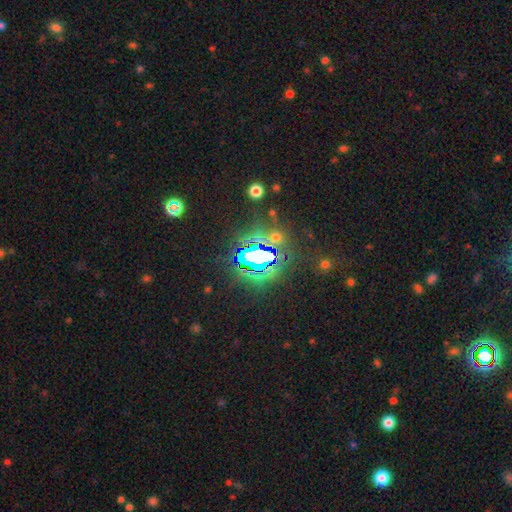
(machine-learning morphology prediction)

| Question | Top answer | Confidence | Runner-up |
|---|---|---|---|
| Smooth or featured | star or artifact | 75% | smooth (14%) |